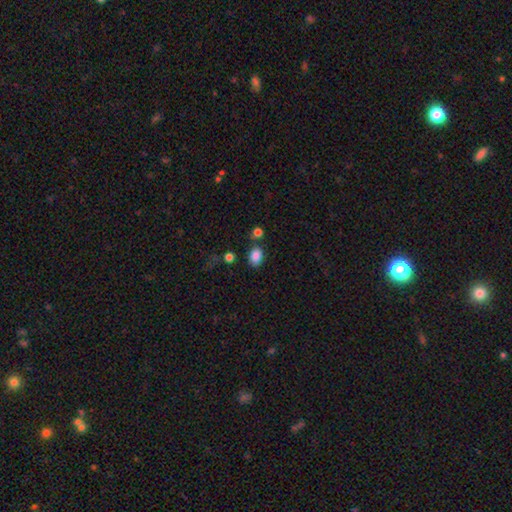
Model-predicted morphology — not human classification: smooth_or_featured: smooth (p=0.86) [alt: star or artifact p=0.09]
how_rounded: in between (p=0.73) [alt: round p=0.26]
merging: none (p=0.75) [alt: minor disturbance p=0.13]